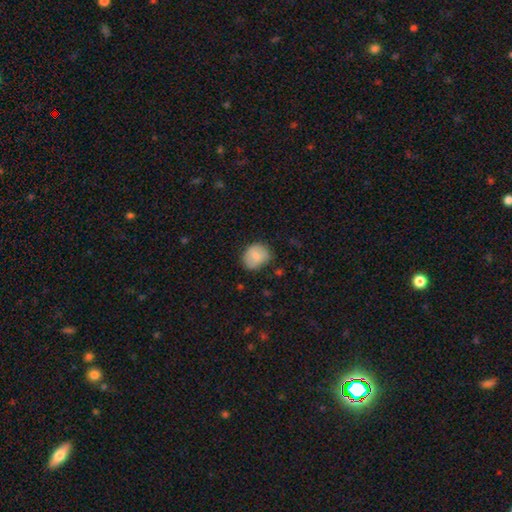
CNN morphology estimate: The model was most divided on "how rounded": round: 62%, in between: 37%, cigar-shaped: 1%. More confident: smooth or featured — smooth (77%); merging — none (70%).